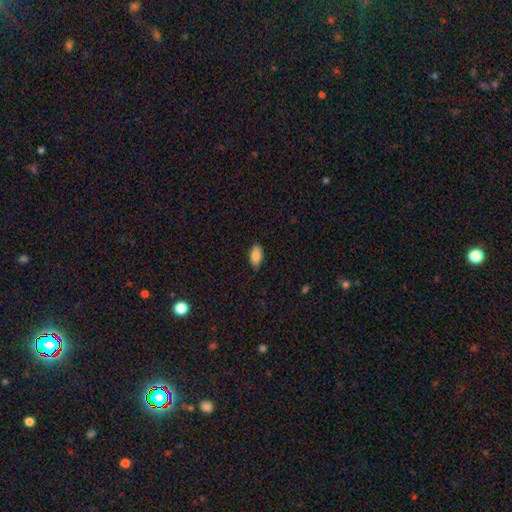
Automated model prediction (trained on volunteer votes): smooth 85%, star or artifact 7%, featured or disk 7%. Down the decision tree: how rounded — in between (93%); merging — none (81%).